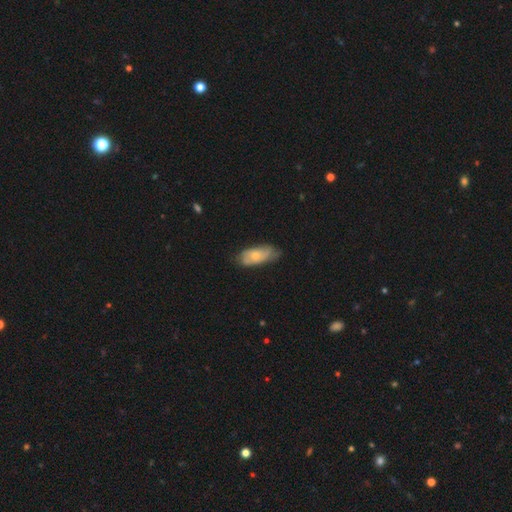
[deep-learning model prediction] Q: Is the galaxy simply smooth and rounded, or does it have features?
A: smooth — 57%.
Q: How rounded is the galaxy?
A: in between — 85%.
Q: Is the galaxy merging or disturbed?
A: none — 57%.